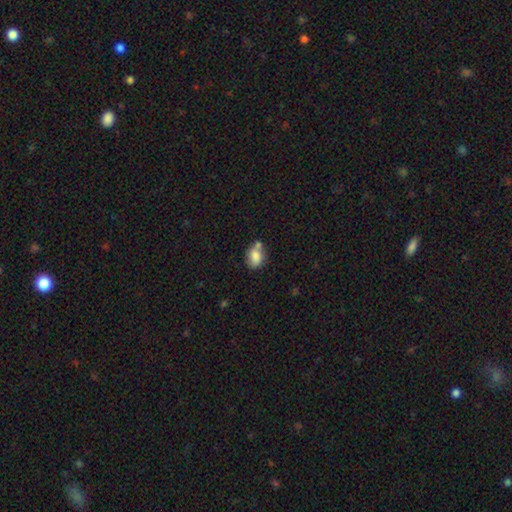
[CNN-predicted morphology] type=smooth (80%); roundness=in between (58%); merging=none (53%).